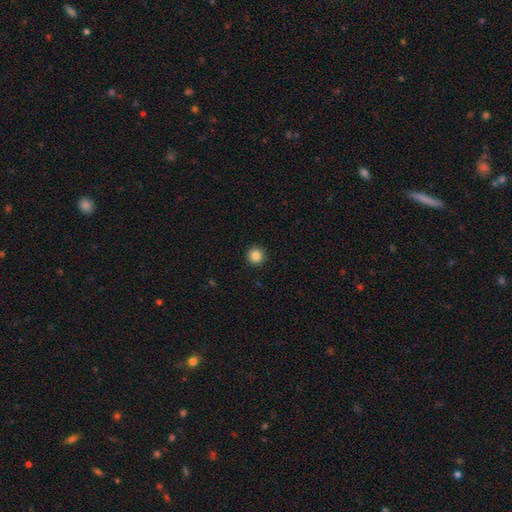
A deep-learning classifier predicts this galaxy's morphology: Smooth or featured? Predicted: smooth (p=0.85). How rounded? Predicted: round (p=0.96). Merging? Predicted: none (p=0.93).